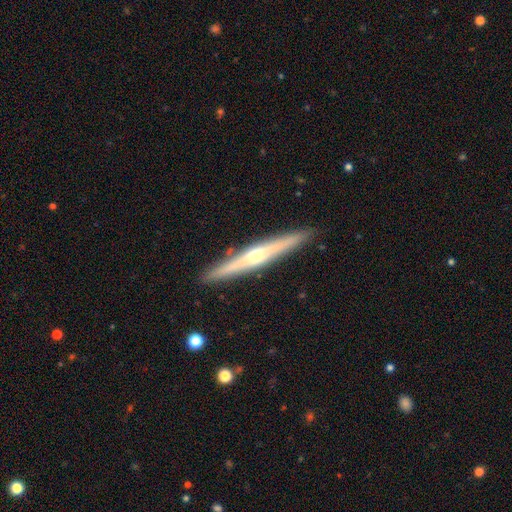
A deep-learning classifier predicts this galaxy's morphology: Q: Smooth or featured?
A: featured or disk (70%); runner-up: smooth (25%)
Q: Edge-on disk?
A: yes (98%); runner-up: no (2%)
Q: Edge-on bulge?
A: rounded (82%); runner-up: none (13%)
Q: Merging?
A: none (91%); runner-up: minor disturbance (6%)